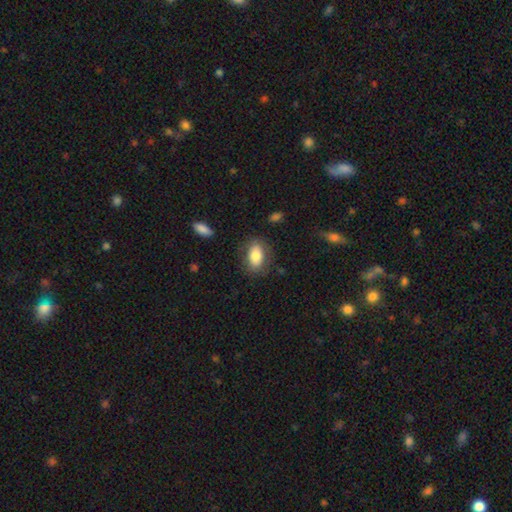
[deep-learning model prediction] A smooth galaxy with no disk features (80%) that is in between round and cigar-shaped (88%). Merging: none (79%).